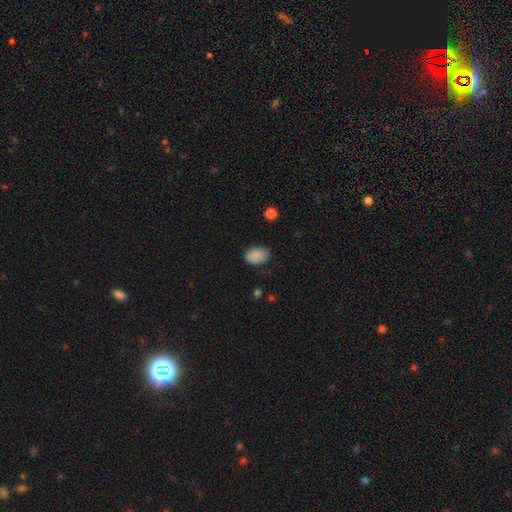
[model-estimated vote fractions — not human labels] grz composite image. It shows a smooth galaxy with no disk features (87%) that is in between round and cigar-shaped (82%). Merging: none (73%).